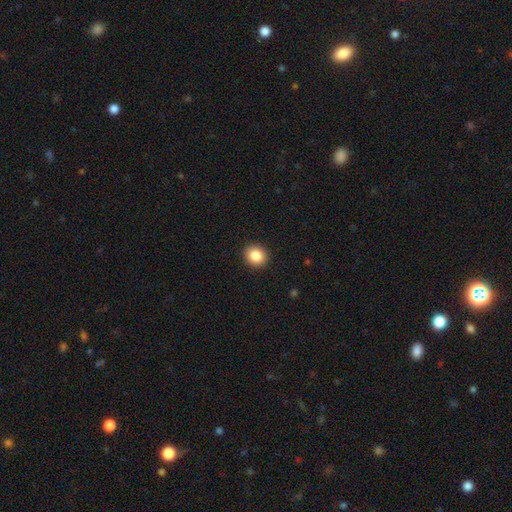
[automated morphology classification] Smooth or featured: smooth — 85% (star or artifact — 9%)
How rounded: round — 77% (in between — 22%)
Merging: none — 92% (minor disturbance — 5%)